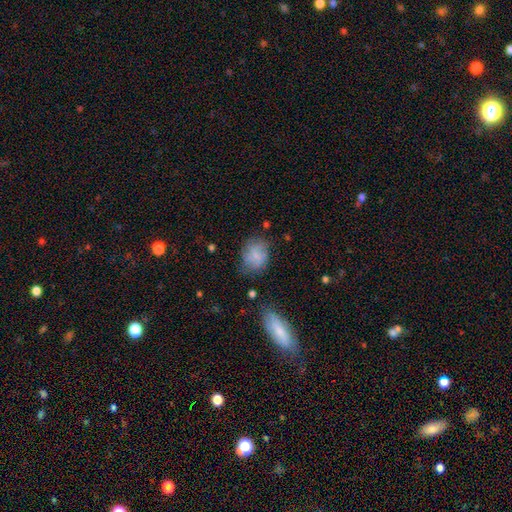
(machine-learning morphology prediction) smooth-or-featured: smooth: 73% | featured or disk: 18% | star or artifact: 9%
  how-rounded: in between: 51% | round: 47% | cigar-shaped: 1%
  merging: none: 61% | minor disturbance: 25% | major disturbance: 11% | merger: 3%